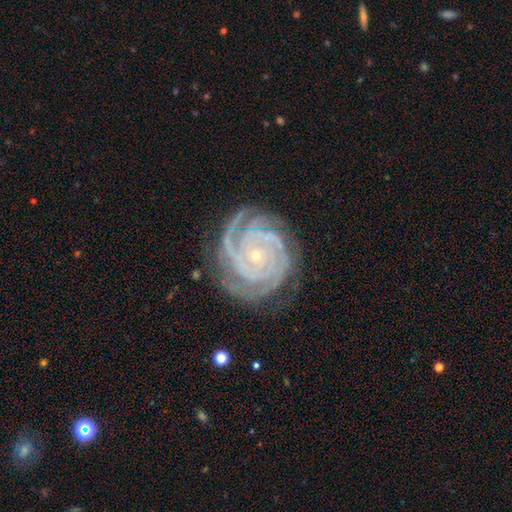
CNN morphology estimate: smooth_or_featured: featured or disk (p=0.92) [alt: star or artifact p=0.05]
disk_edge_on: no (p=0.98) [alt: yes p=0.02]
bar: no (p=0.75) [alt: weak p=0.15]
has_spiral_arms: yes (p=0.99) [alt: no p=0.01]
spiral_winding: tight (p=0.84) [alt: medium p=0.15]
spiral_arm_count: 4 (p=0.32) [alt: 3 p=0.27]
bulge_size: small (p=0.83) [alt: moderate p=0.14]
merging: none (p=0.80) [alt: minor disturbance p=0.15]